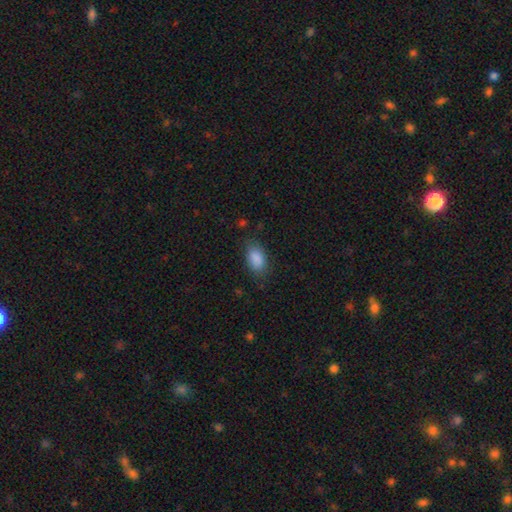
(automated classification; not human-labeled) smooth_or_featured: smooth (p=0.87) [alt: star or artifact p=0.09]
how_rounded: in between (p=0.90) [alt: round p=0.07]
merging: none (p=0.80) [alt: minor disturbance p=0.14]